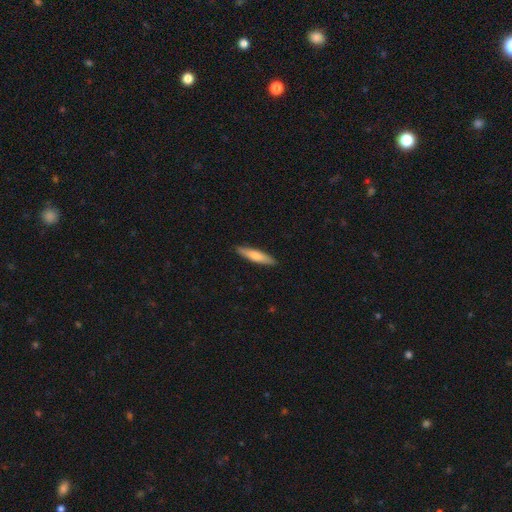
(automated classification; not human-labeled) Smooth or featured? smooth (71%)
How rounded? cigar-shaped (82%)
Merging? none (90%)